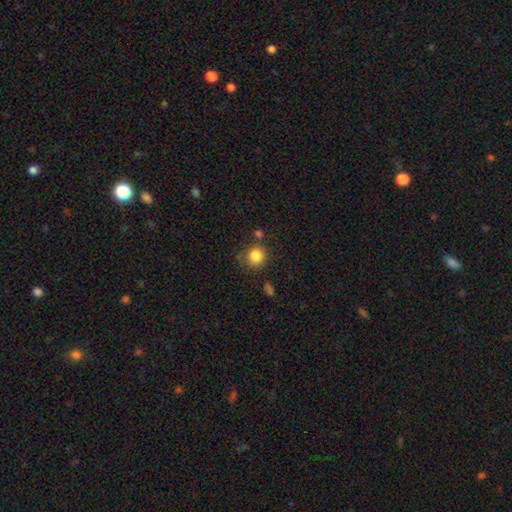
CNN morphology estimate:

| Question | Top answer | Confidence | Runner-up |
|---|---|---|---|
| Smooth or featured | smooth | 85% | star or artifact (10%) |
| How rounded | round | 89% | in between (10%) |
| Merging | none | 77% | minor disturbance (11%) |